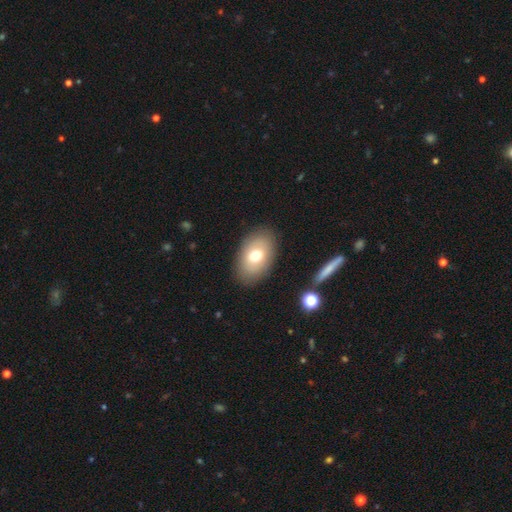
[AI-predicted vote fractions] Smooth or featured? smooth (70%)
How rounded? in between (87%)
Merging? none (86%)